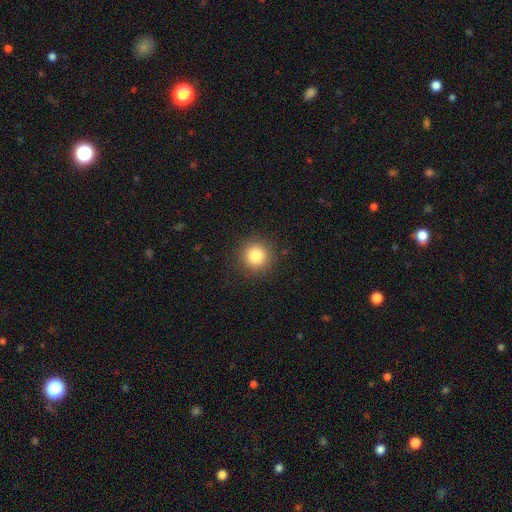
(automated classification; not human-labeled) Morphology: type=smooth (84%); roundness=round (95%); merging=none (90%).